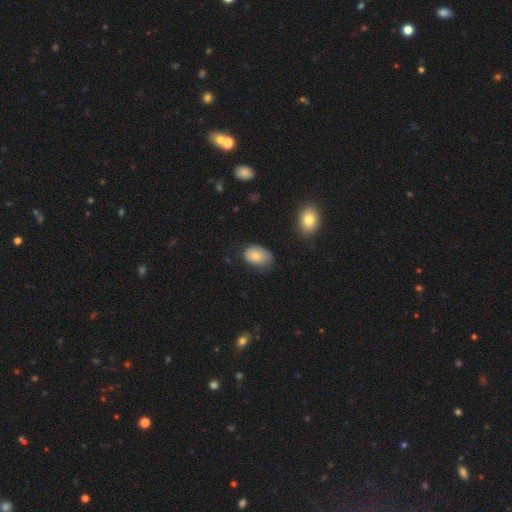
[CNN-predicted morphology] type=smooth (79%); roundness=in between (86%); merging=none (54%).